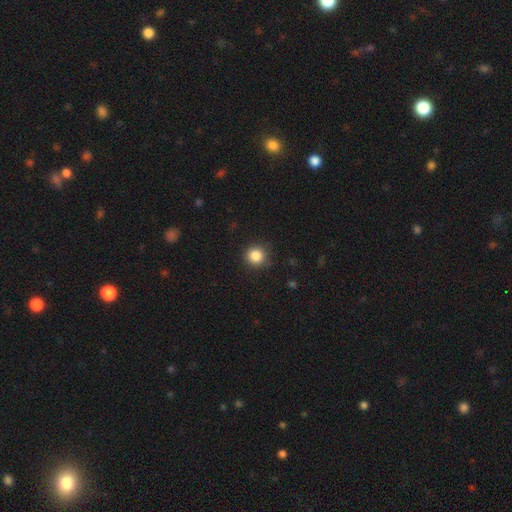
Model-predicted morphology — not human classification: smooth-or-featured: smooth: 85% | star or artifact: 11% | featured or disk: 4%
  how-rounded: round: 93% | in between: 6% | cigar-shaped: 1%
  merging: none: 88% | minor disturbance: 8% | major disturbance: 2% | merger: 1%